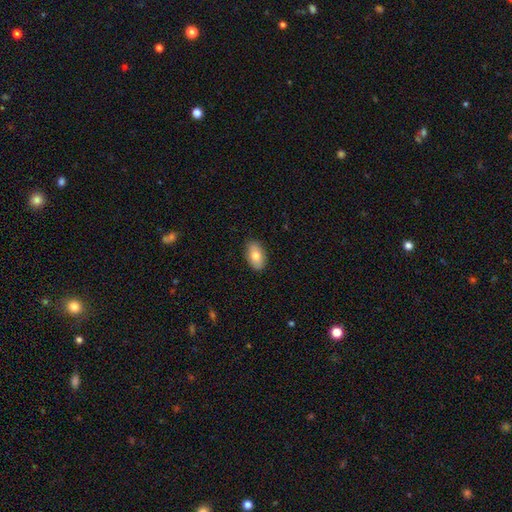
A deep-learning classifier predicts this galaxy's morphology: smooth 77%, featured or disk 16%, star or artifact 7%. Down the decision tree: how rounded — in between (91%); merging — none (88%).